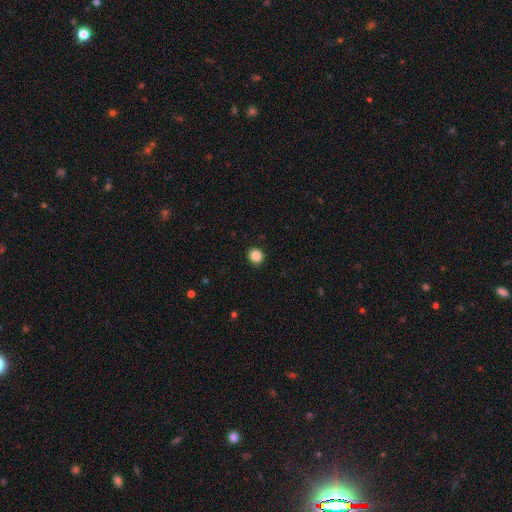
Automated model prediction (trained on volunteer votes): Smooth or featured: smooth — 86% (star or artifact — 10%)
How rounded: round — 91% (in between — 8%)
Merging: none — 92% (minor disturbance — 5%)